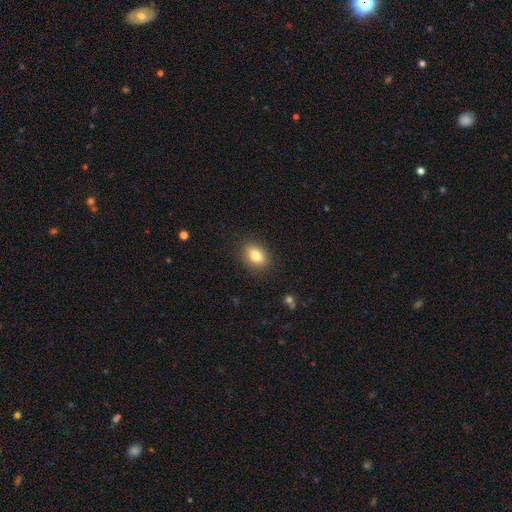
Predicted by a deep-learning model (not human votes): This appears to be a smooth galaxy with no disk features (82%) that is in between round and cigar-shaped (76%). Merging: none (88%).